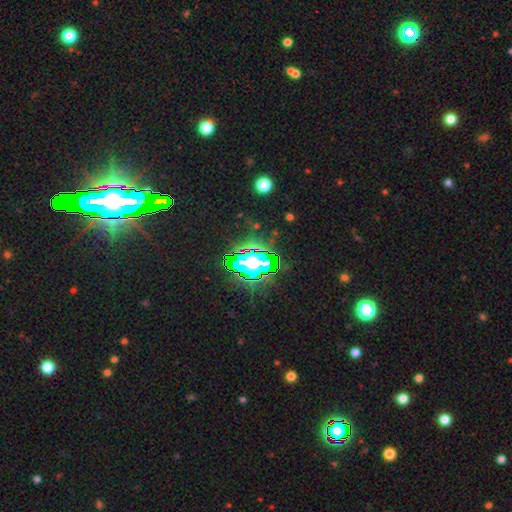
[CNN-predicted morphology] The model was most divided on "smooth or featured": star or artifact: 81%, smooth: 10%, featured or disk: 9%.